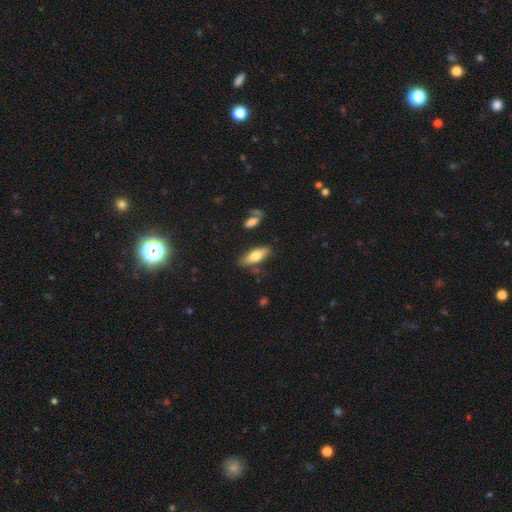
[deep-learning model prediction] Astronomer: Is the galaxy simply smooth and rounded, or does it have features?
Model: smooth — 71%.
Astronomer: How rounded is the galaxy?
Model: in between — 68%.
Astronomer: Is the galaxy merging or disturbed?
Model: none — 76%.